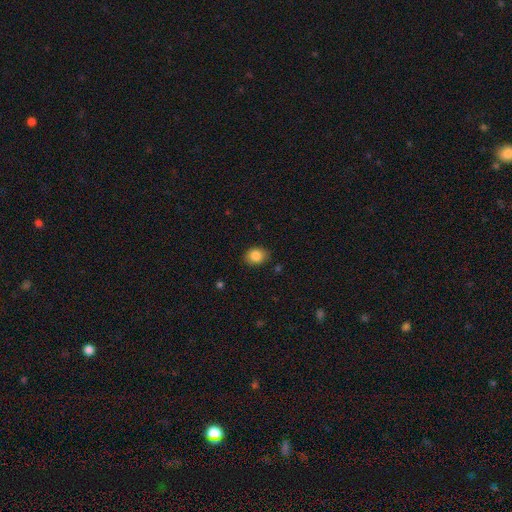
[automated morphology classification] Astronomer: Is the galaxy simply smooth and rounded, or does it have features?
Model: smooth — 86%.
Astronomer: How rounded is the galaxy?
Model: round — 50% (runner-up: in between, 49%).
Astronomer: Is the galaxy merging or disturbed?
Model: none — 84%.